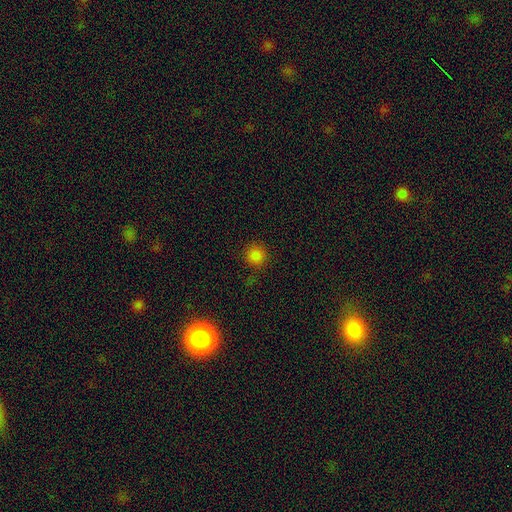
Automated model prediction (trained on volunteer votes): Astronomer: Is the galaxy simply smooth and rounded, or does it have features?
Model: smooth — 81%.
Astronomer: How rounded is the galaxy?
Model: round — 93%.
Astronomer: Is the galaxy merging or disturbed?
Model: none — 83%.